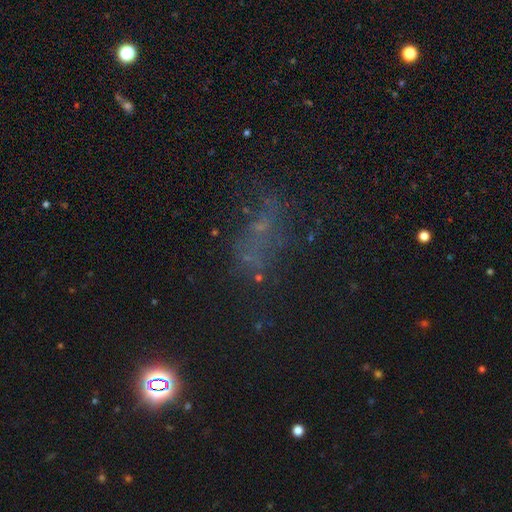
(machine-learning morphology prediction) This is marginally a star or artifact rather than a galaxy (39%).